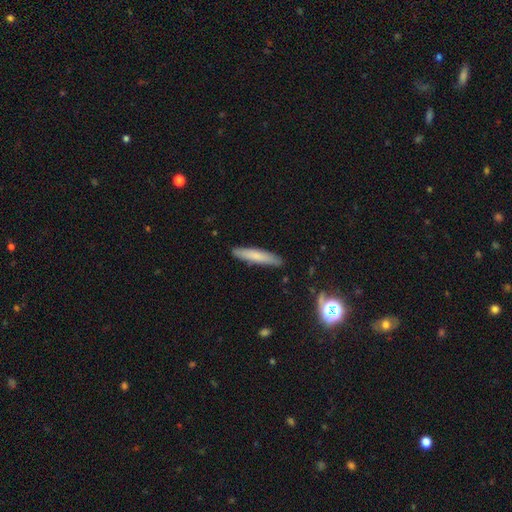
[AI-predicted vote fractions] Smooth or featured: smooth — 72% (featured or disk — 20%)
How rounded: cigar-shaped — 90% (in between — 8%)
Merging: none — 88% (minor disturbance — 9%)